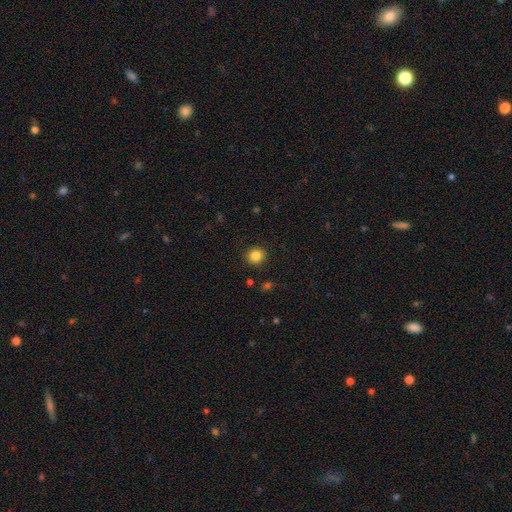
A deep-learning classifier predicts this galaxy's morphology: Overall: smooth (84%). How rounded: round (89%). Merging: none (90%).